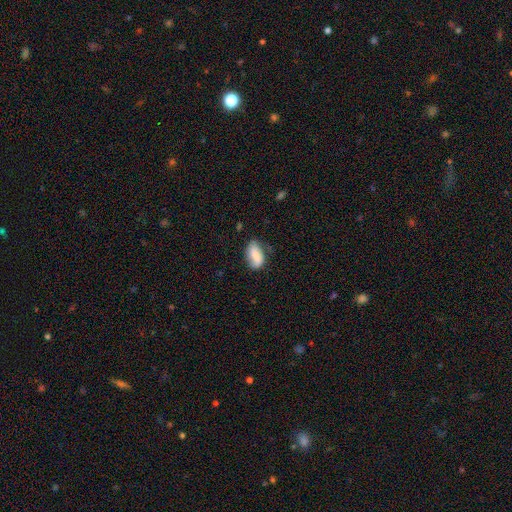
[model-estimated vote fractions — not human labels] smooth 67%, featured or disk 26%, star or artifact 8%. Down the decision tree: how rounded — in between (91%); merging — none (61%).